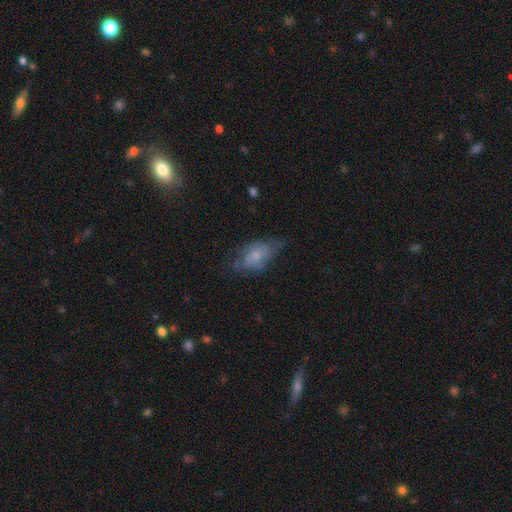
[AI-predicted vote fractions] Smooth or featured? Predicted: smooth (p=0.56). How rounded? Predicted: in between (p=0.88). Merging? Predicted: none (p=0.44).